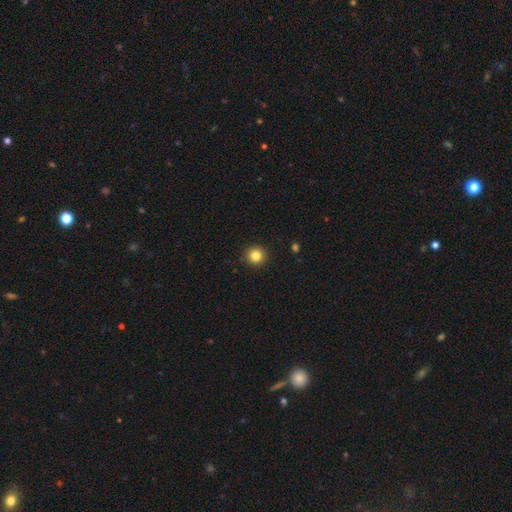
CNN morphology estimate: smooth-or-featured: smooth: 83% | star or artifact: 12% | featured or disk: 6%
  how-rounded: round: 95% | in between: 4% | cigar-shaped: 1%
  merging: none: 93% | minor disturbance: 5% | major disturbance: 2% | merger: 1%